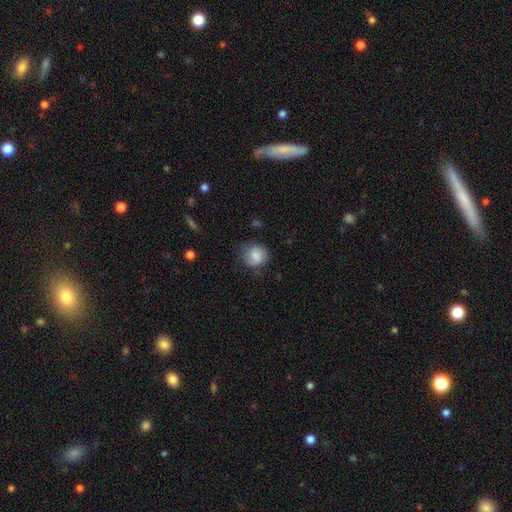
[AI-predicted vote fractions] The model was most divided on "merging": none: 67%, minor disturbance: 25%, major disturbance: 7%, merger: 1%. More confident: smooth or featured — smooth (82%); how rounded — round (78%).